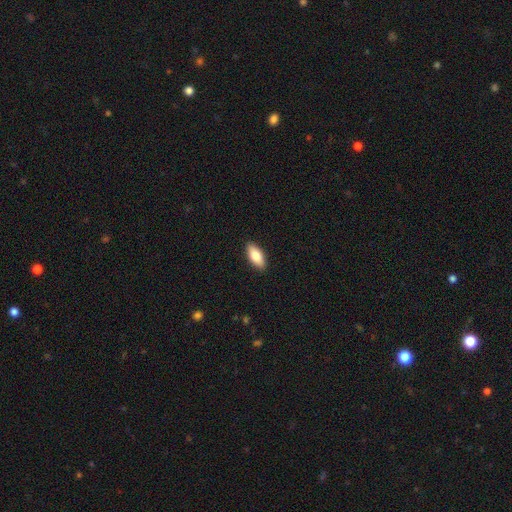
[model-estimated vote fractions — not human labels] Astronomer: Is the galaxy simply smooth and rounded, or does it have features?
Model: smooth — 81%.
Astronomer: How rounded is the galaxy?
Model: in between — 85%.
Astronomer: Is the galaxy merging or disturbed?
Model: none — 90%.